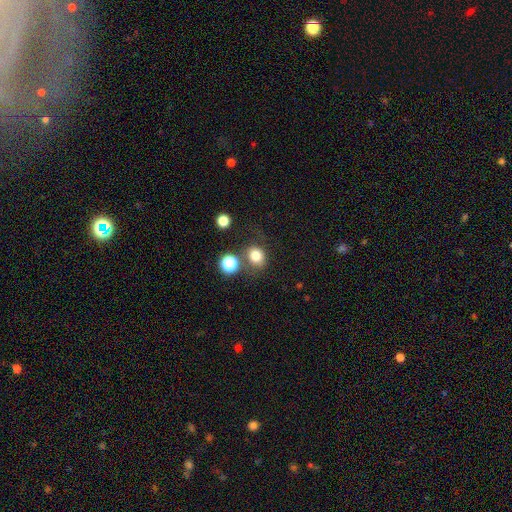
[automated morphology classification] A smooth galaxy with no disk features (79%) that is round (70%).

Vote fractions:
- Smooth or featured? smooth: 79% / star or artifact: 13% / featured or disk: 7%
- How rounded? round: 70% / in between: 29% / cigar-shaped: 1%
- Merging? none: 66% / minor disturbance: 15% / merger: 12% / major disturbance: 7%